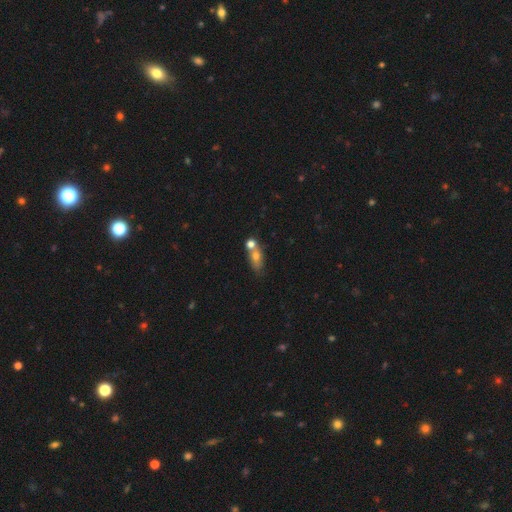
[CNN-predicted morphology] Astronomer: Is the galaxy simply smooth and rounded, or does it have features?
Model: smooth — 69%.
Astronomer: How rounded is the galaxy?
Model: in between — 64%.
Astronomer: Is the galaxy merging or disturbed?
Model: merger — 45% (runner-up: none, 37%).